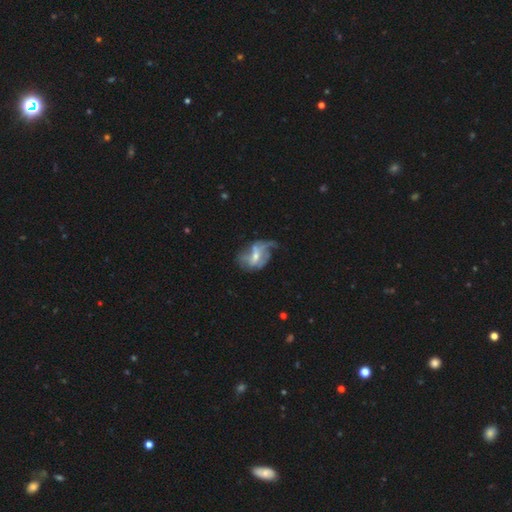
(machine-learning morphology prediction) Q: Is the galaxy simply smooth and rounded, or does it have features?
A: featured or disk — 69%.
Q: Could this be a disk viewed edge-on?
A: no — 96%.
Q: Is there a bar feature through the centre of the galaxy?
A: weak — 45%.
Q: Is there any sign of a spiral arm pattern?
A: yes — 65%.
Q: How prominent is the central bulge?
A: moderate — 48%.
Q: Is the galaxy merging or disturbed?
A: major disturbance — 38%.